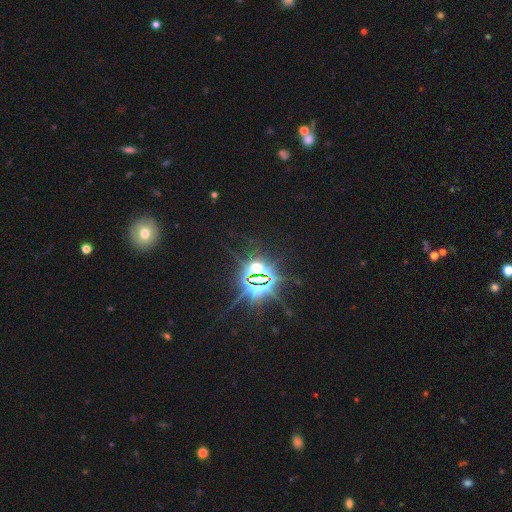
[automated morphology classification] This is clearly a star or artifact rather than a galaxy (82%).